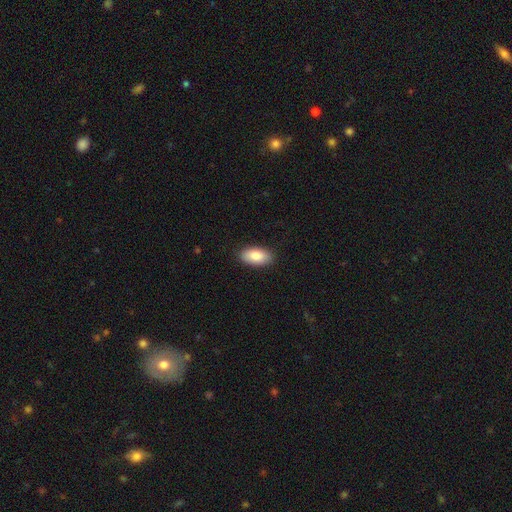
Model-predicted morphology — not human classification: A smooth galaxy with no disk features (85%) that is in between round and cigar-shaped (93%). Merging: none (89%).